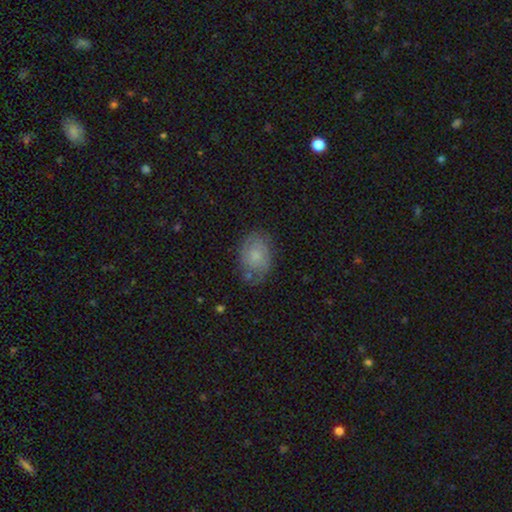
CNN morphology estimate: Smooth or featured? smooth (62%)
How rounded? in between (76%)
Merging? none (66%)